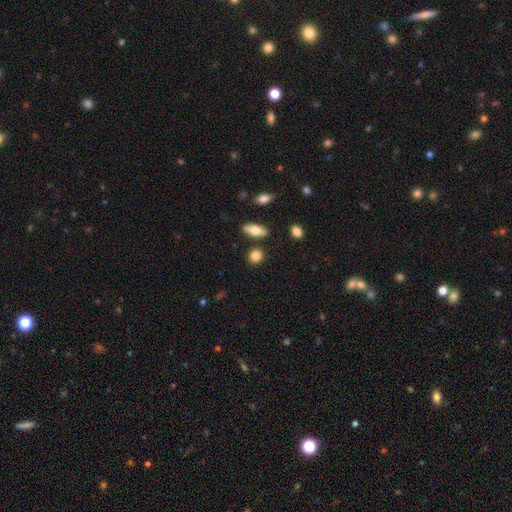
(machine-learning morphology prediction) A smooth galaxy with no disk features (85%) that is round (68%). Merging: none (83%).